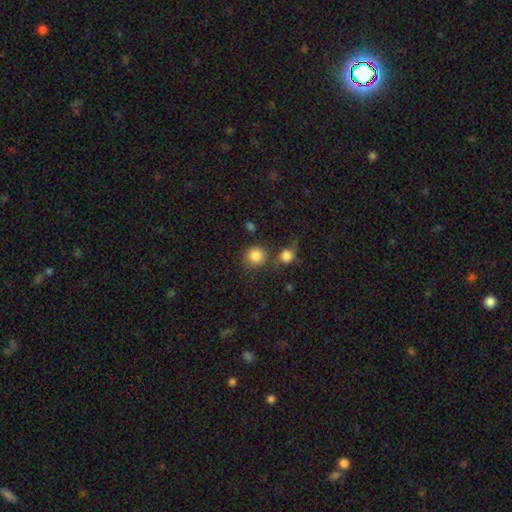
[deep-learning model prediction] smooth-or-featured: smooth: 85% | star or artifact: 10% | featured or disk: 5%
  how-rounded: round: 91% | in between: 8% | cigar-shaped: 1%
  merging: none: 66% | merger: 19% | minor disturbance: 9% | major disturbance: 5%